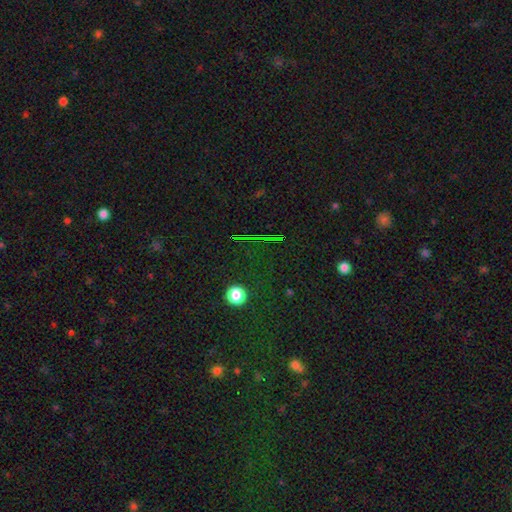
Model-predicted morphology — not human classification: This is likely a star or artifact rather than a galaxy (73%).